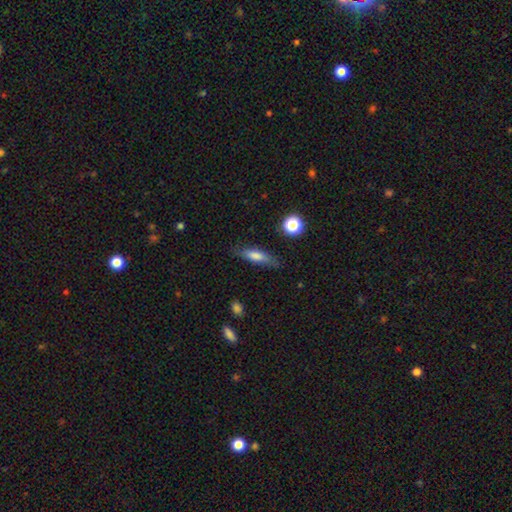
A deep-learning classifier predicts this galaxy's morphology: smooth_or_featured: smooth (p=0.70) [alt: featured or disk p=0.21]
how_rounded: cigar-shaped (p=0.60) [alt: in between p=0.37]
merging: none (p=0.79) [alt: minor disturbance p=0.15]